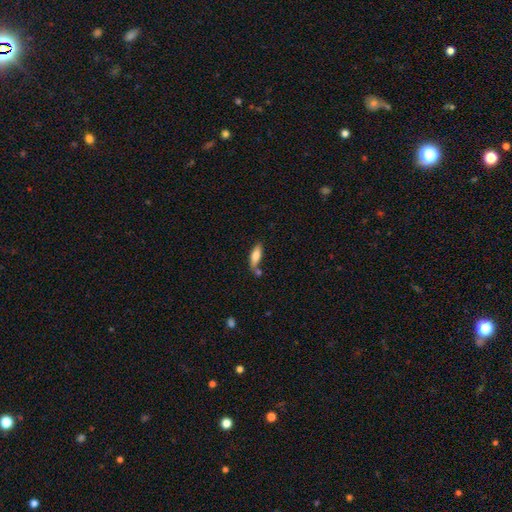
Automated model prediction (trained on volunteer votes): smooth 74%, featured or disk 19%, star or artifact 7%. Down the decision tree: how rounded — in between (60%); merging — none (56%).